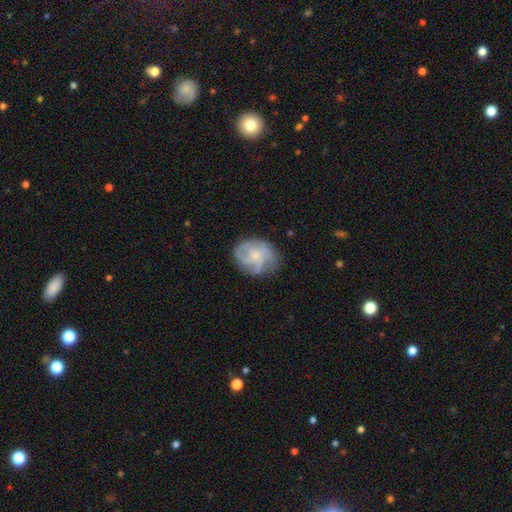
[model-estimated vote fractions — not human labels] Overall: featured or disk (70%). Edge-on disk: no (98%). Bar: no (74%). Spiral arms: yes (92%). Spiral arm count: 3 (41%; can't tell 20%). Spiral winding: medium (45%; tight 38%). Bulge size: small (59%; moderate 29%). Merging: none (67%).